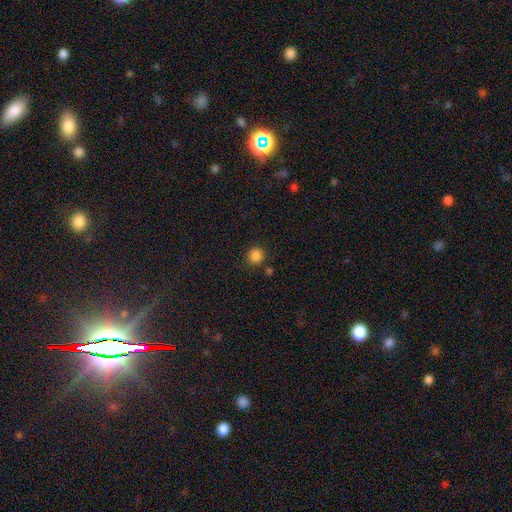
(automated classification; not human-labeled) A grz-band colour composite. It shows a smooth galaxy with no disk features (85%) that is round (93%). Merging: none (85%).